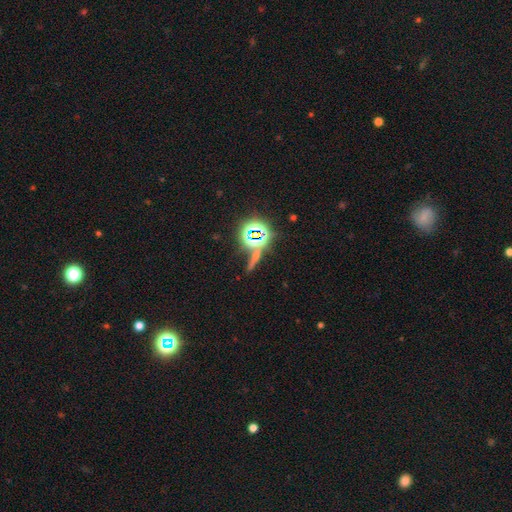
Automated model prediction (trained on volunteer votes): Overall: star or artifact (64%).